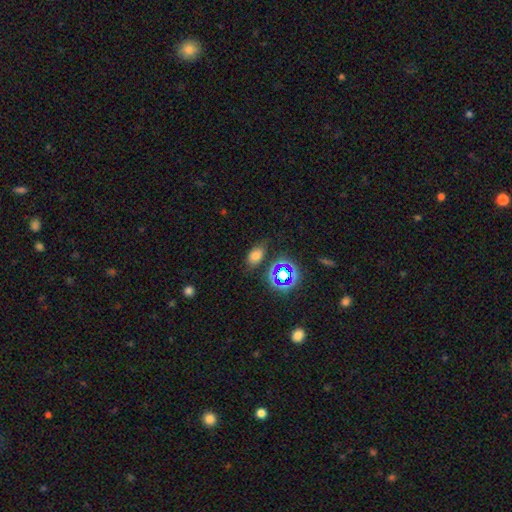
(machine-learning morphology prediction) Smooth or featured? Predicted: smooth (p=0.67). How rounded? Predicted: in between (p=0.83). Merging? Predicted: none (p=0.70).